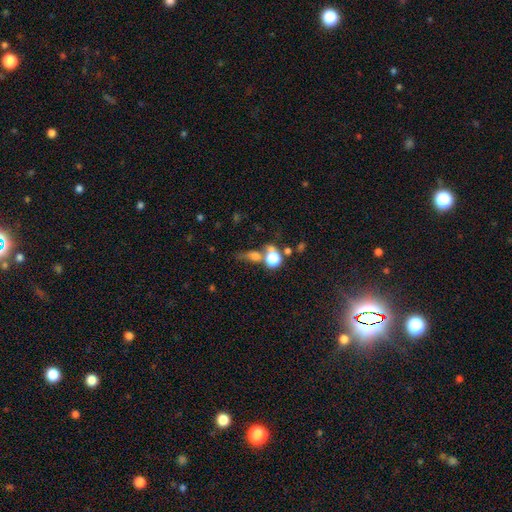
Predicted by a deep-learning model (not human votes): The model was most divided on "how rounded": round: 50%, in between: 39%, cigar-shaped: 11%. Remaining: smooth or featured — smooth (55%); merging — none (42%).